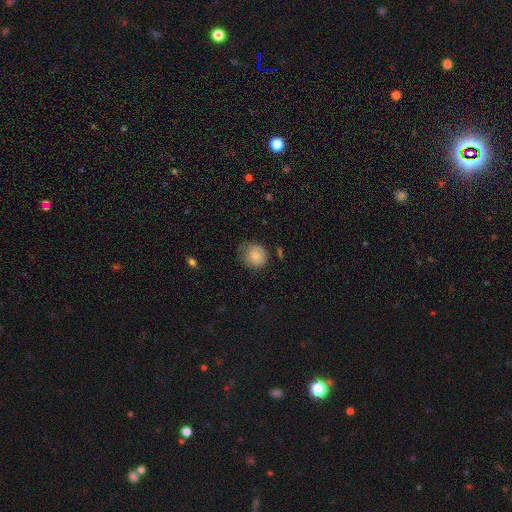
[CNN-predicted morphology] Overall: smooth (82%). How rounded: round (81%). Merging: none (57%; minor disturbance 30%).